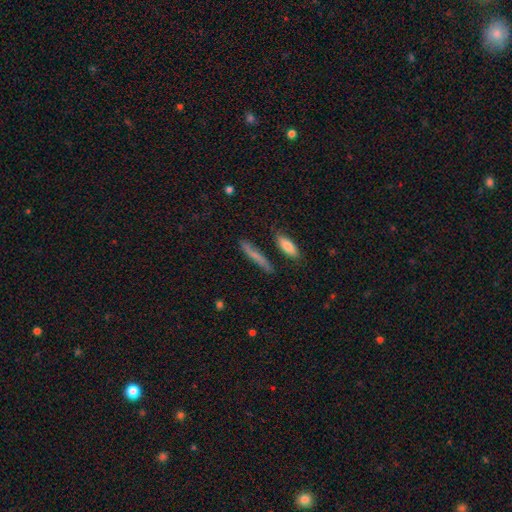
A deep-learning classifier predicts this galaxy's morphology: Smooth or featured? Predicted: smooth (p=0.64). How rounded? Predicted: cigar-shaped (p=0.89). Merging? Predicted: none (p=0.76).